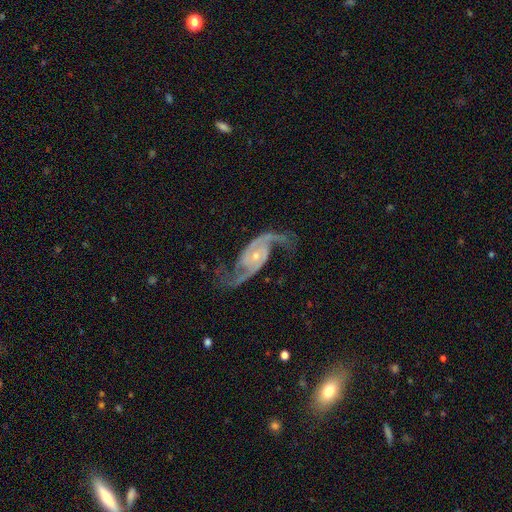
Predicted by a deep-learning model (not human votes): Q: Smooth or featured?
A: featured or disk (92%); runner-up: star or artifact (5%)
Q: Edge-on disk?
A: no (97%); runner-up: yes (3%)
Q: Bar?
A: no (63%); runner-up: weak (26%)
Q: Spiral arms?
A: yes (98%); runner-up: no (2%)
Q: Spiral winding?
A: medium (46%); runner-up: loose (41%)
Q: Spiral arm count?
A: 2 (93%); runner-up: 3 (2%)
Q: Bulge size?
A: small (69%); runner-up: moderate (26%)
Q: Merging?
A: none (72%); runner-up: minor disturbance (15%)